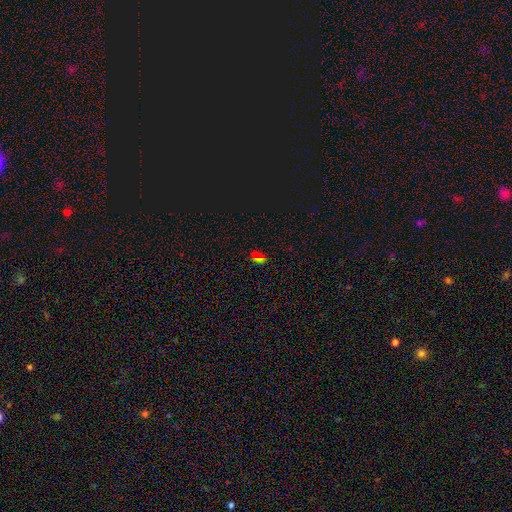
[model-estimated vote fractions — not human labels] This is possibly a star or artifact rather than a galaxy (57%).